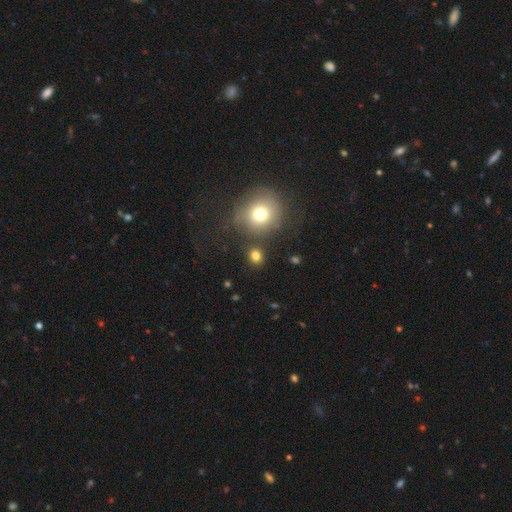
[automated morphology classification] smooth_or_featured: smooth (p=0.80) [alt: star or artifact p=0.14]
how_rounded: round (p=0.79) [alt: in between p=0.19]
merging: none (p=0.80) [alt: minor disturbance p=0.08]